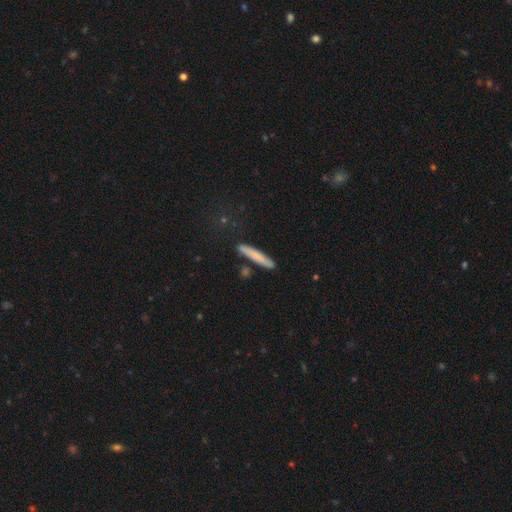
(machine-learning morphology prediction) Q: Smooth or featured?
A: smooth (73%); runner-up: featured or disk (21%)
Q: How rounded?
A: cigar-shaped (92%); runner-up: in between (6%)
Q: Merging?
A: none (83%); runner-up: minor disturbance (11%)